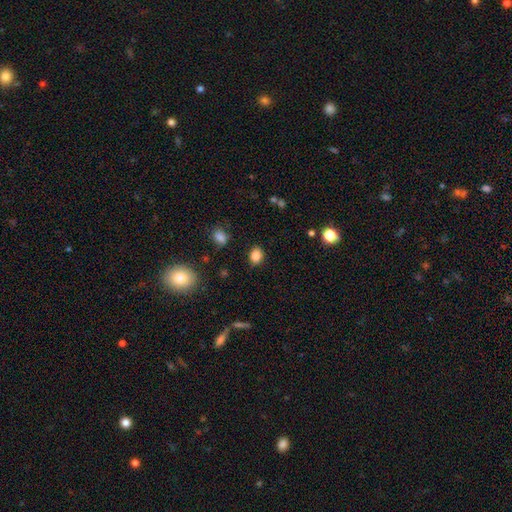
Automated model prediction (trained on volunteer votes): Smooth or featured? Predicted: smooth (p=0.85). How rounded? Predicted: in between (p=0.60). Merging? Predicted: none (p=0.86).